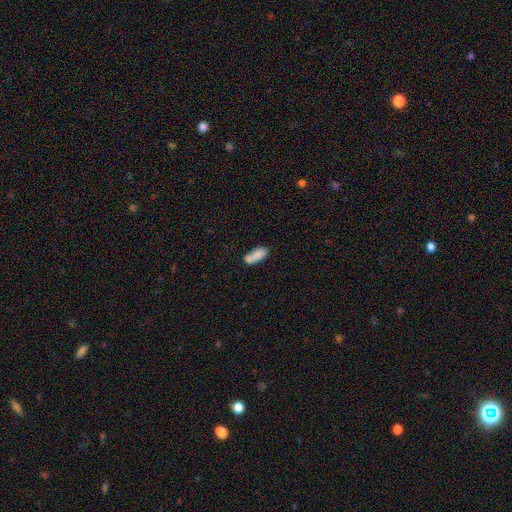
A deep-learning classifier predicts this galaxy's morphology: Smooth or featured?
  - smooth: 82% *
  - featured or disk: 11%
  - star or artifact: 8%
How rounded?
  - in between: 76% *
  - cigar-shaped: 22%
  - round: 2%
Merging?
  - none: 58% *
  - minor disturbance: 18%
  - merger: 18%
  - major disturbance: 5%